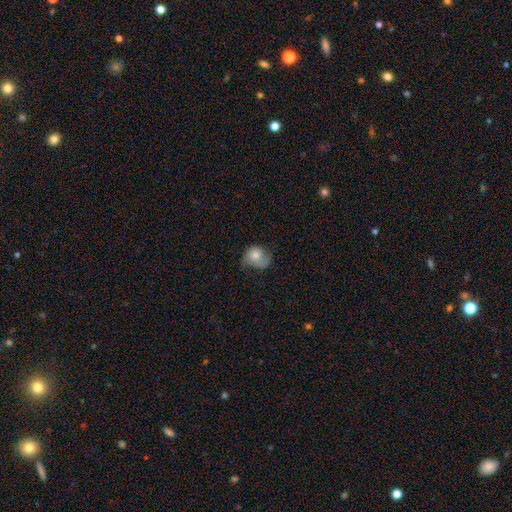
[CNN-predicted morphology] Smooth or featured? Predicted: smooth (p=0.64). How rounded? Predicted: round (p=0.55). Merging? Predicted: minor disturbance (p=0.36).